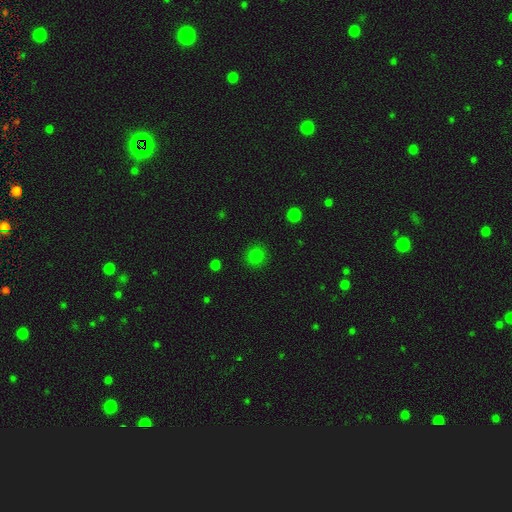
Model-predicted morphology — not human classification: Overall: smooth (81%). How rounded: round (84%). Merging: none (88%).